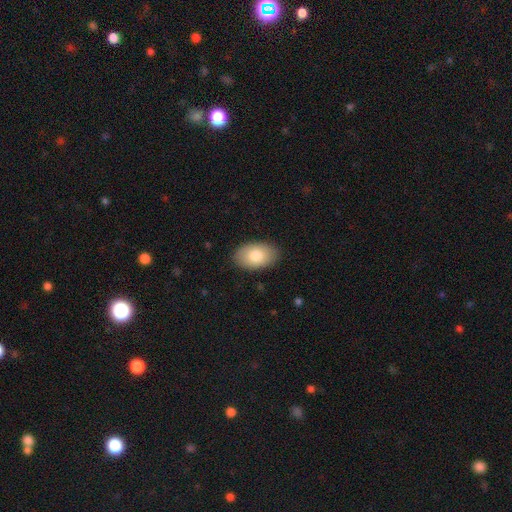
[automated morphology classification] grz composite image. It shows a smooth galaxy with no disk features (80%) that is in between round and cigar-shaped (91%). Merging: none (88%).